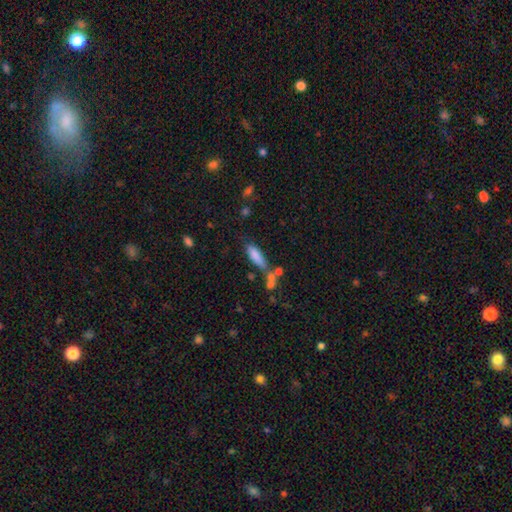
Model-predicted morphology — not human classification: smooth_or_featured: smooth (p=0.81) [alt: featured or disk p=0.11]
how_rounded: cigar-shaped (p=0.50) [alt: in between p=0.47]
merging: none (p=0.49) [alt: merger p=0.22]